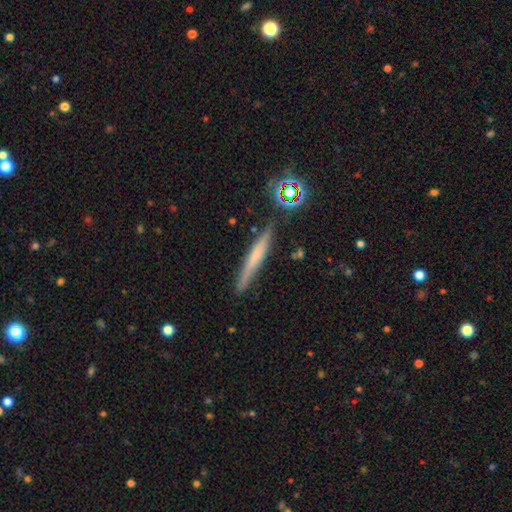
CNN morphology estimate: Smooth or featured? Predicted: smooth (p=0.48). Merging? Predicted: none (p=0.82).